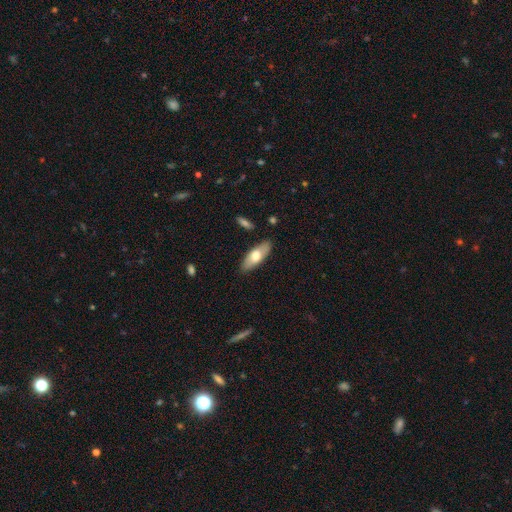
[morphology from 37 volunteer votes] Smooth or featured?
  - smooth: 49% *
  - featured or disk: 46%
  - star or artifact: 5%
How rounded?
  - in between: 72% *
  - cigar-shaped: 28%
  - round: 0%
Merging?
  - none: 89% *
  - minor disturbance: 11%
  - major disturbance: 0%
  - merger: 0%